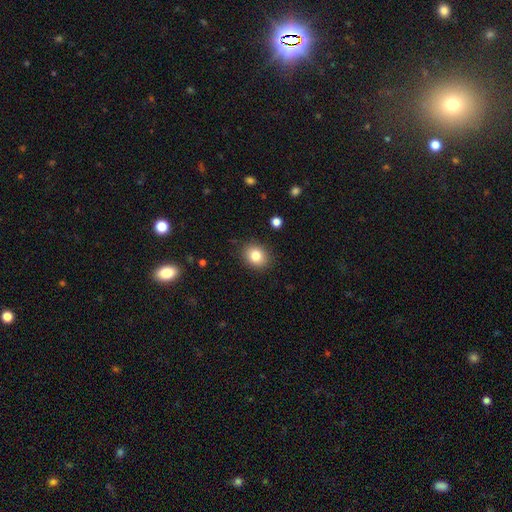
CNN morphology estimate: smooth_or_featured: smooth (p=0.82) [alt: star or artifact p=0.10]
how_rounded: round (p=0.56) [alt: in between p=0.43]
merging: none (p=0.88) [alt: minor disturbance p=0.09]